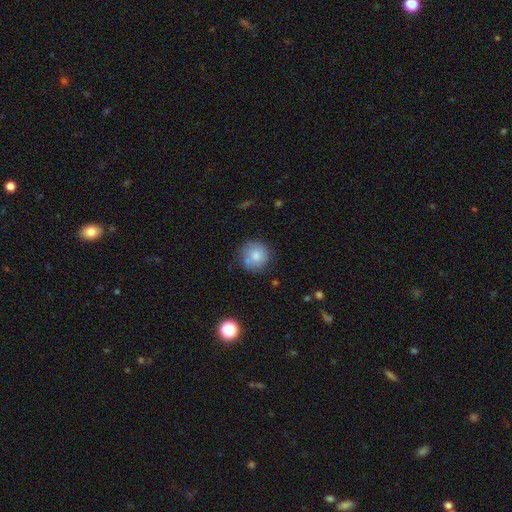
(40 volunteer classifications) Overall: smooth (88%). How rounded: round (100%). Merging: none (68%).